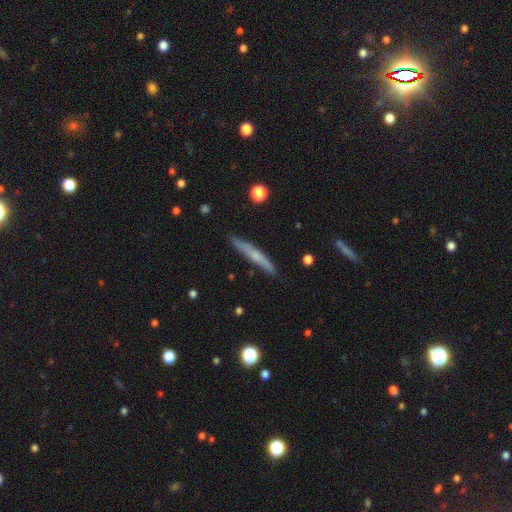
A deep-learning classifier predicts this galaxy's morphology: This appears to be a featured or disk galaxy (48%). Merging: none (86%).